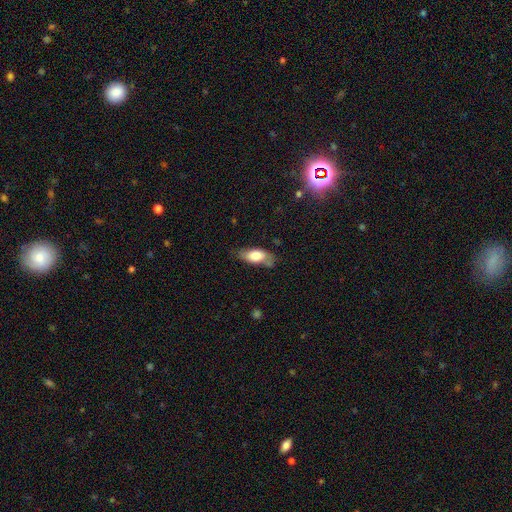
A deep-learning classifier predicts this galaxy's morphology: type=smooth (72%); roundness=in between (83%); merging=none (56%).